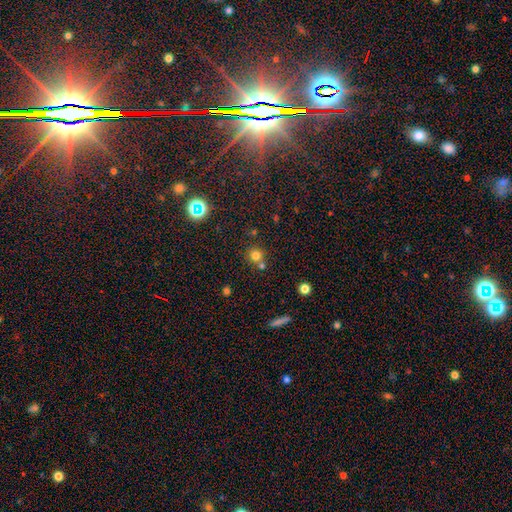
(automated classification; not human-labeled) Smooth or featured? Predicted: smooth (p=0.73). How rounded? Predicted: round (p=0.91). Merging? Predicted: none (p=0.62).